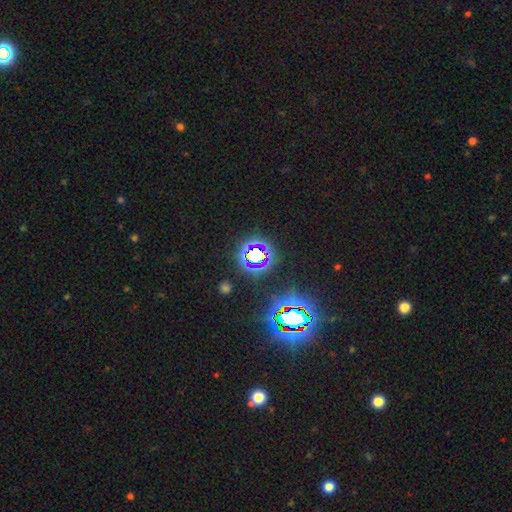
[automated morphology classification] Smooth or featured: star or artifact — 69% (smooth — 19%)